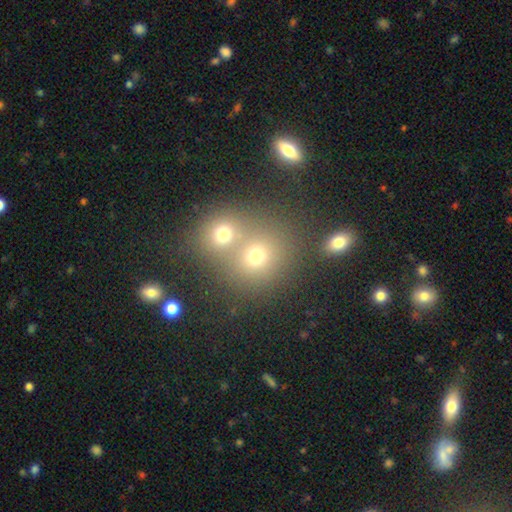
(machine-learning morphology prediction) Smooth or featured: smooth — 62% (star or artifact — 23%)
How rounded: round — 79% (in between — 20%)
Merging: merger — 46% (none — 44%)